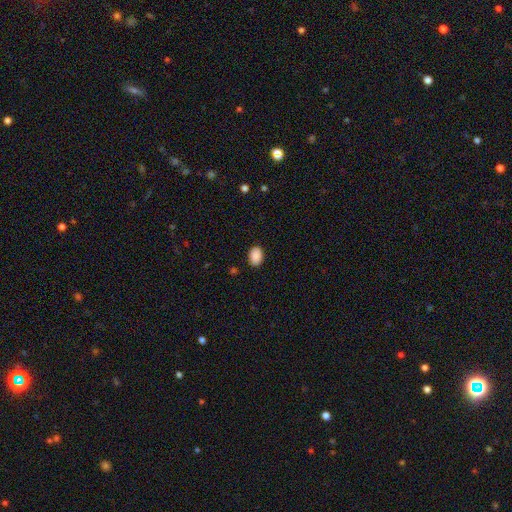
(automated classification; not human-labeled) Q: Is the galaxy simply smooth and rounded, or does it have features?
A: smooth — 90%.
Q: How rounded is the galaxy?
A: in between — 78%.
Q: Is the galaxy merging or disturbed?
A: none — 88%.